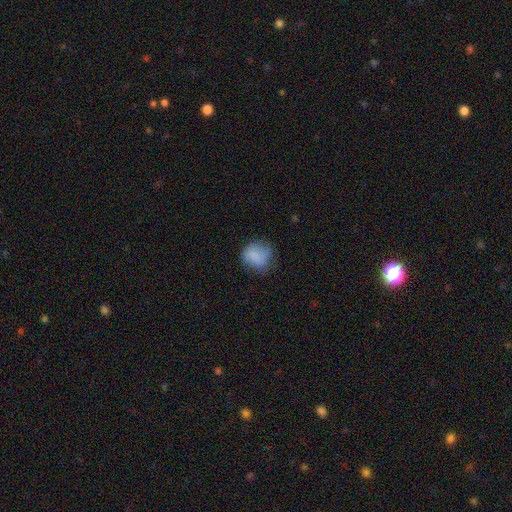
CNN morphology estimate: Overall: smooth (80%). How rounded: round (75%). Merging: none (61%; minor disturbance 27%).